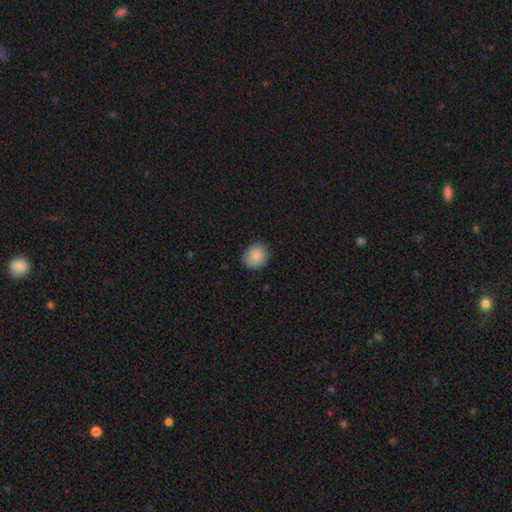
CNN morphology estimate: Smooth or featured? smooth (88%)
How rounded? round (72%)
Merging? none (84%)